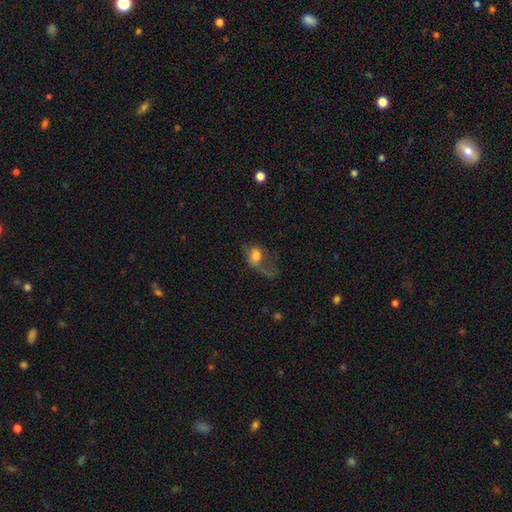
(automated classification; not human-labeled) Smooth or featured? Predicted: smooth (p=0.54). How rounded? Predicted: in between (p=0.74). Merging? Predicted: major disturbance (p=0.63).